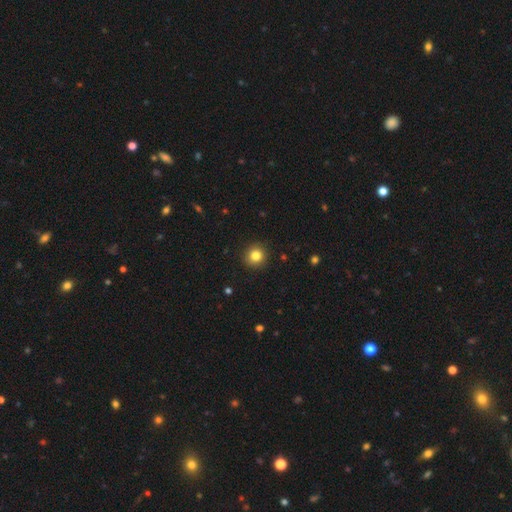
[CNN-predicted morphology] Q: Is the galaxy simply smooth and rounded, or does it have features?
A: smooth — 83%.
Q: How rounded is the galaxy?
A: round — 94%.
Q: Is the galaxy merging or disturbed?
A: none — 92%.